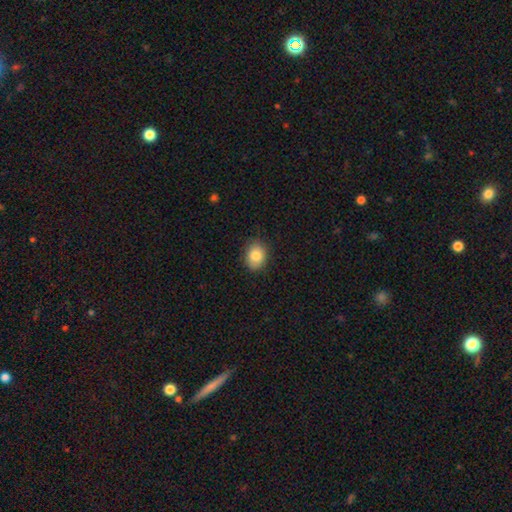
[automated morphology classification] Smooth or featured? Predicted: smooth (p=0.84). How rounded? Predicted: in between (p=0.60). Merging? Predicted: none (p=0.86).